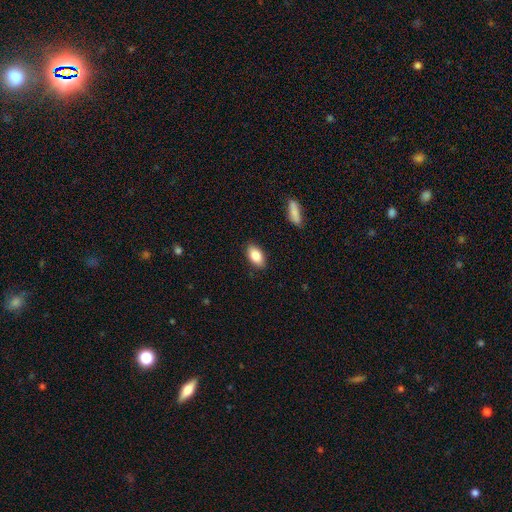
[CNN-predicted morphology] smooth 85%, featured or disk 8%, star or artifact 7%. Down the decision tree: how rounded — in between (92%); merging — none (87%).